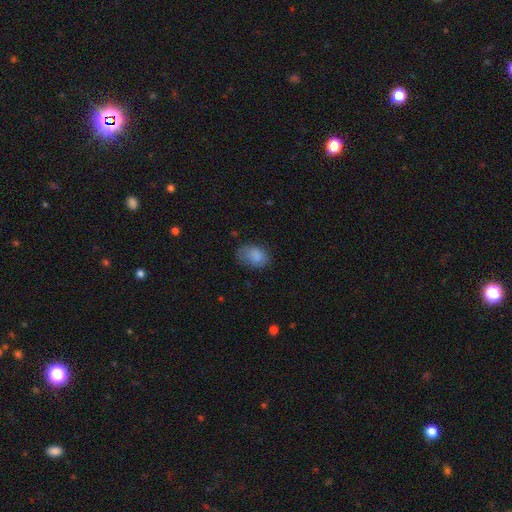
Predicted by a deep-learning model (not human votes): This is clearly a smooth galaxy (82%). How rounded: likely in between (78%). Merging: likely none (61%).